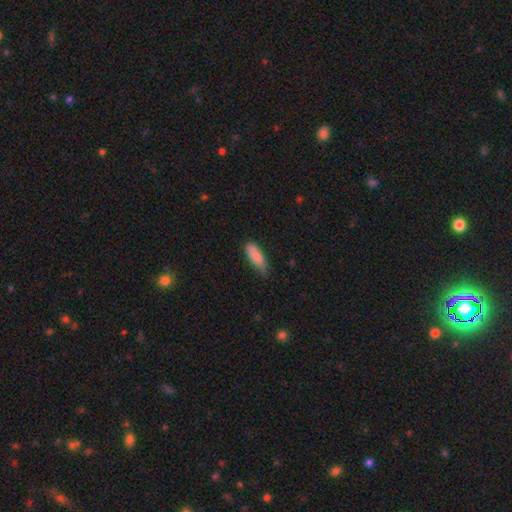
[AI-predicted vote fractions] Smooth or featured? Predicted: smooth (p=0.85). How rounded? Predicted: in between (p=0.70). Merging? Predicted: none (p=0.52).